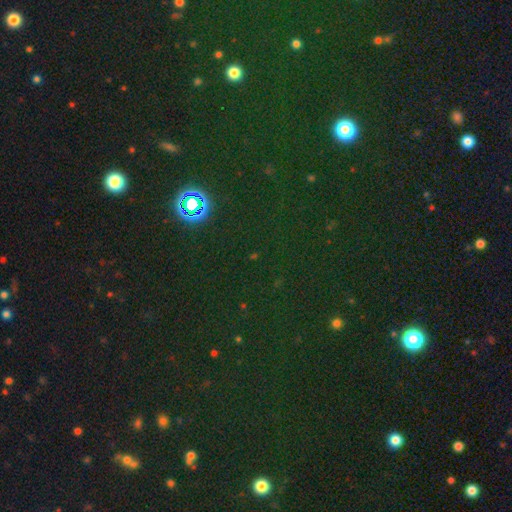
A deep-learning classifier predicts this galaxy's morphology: This is likely a star or artifact rather than a galaxy (72%).